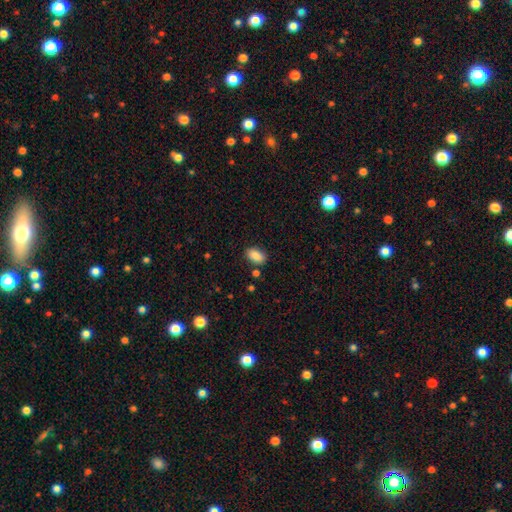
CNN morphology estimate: A smooth galaxy with no disk features (88%) that is in between round and cigar-shaped (91%). Merging: none (83%).